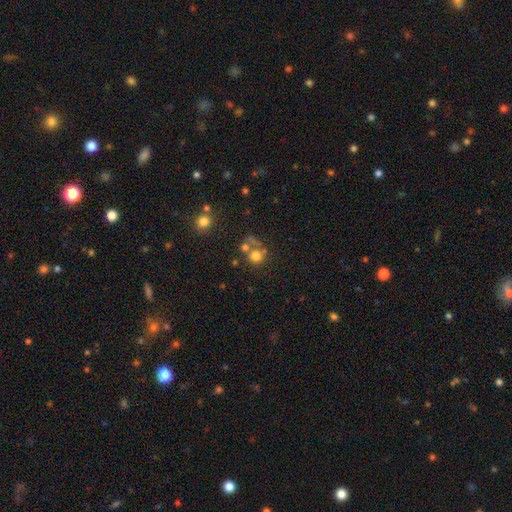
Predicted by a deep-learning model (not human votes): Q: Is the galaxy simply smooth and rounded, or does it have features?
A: smooth — 68%.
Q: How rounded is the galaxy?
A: round — 84%.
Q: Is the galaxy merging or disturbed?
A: none — 43%.